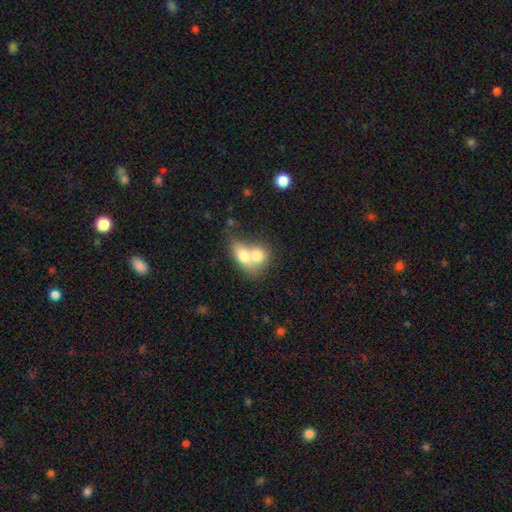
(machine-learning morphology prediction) smooth-or-featured: smooth: 71% | featured or disk: 22% | star or artifact: 7%
  how-rounded: in between: 65% | round: 32% | cigar-shaped: 3%
  merging: merger: 75% | none: 16% | minor disturbance: 6% | major disturbance: 4%